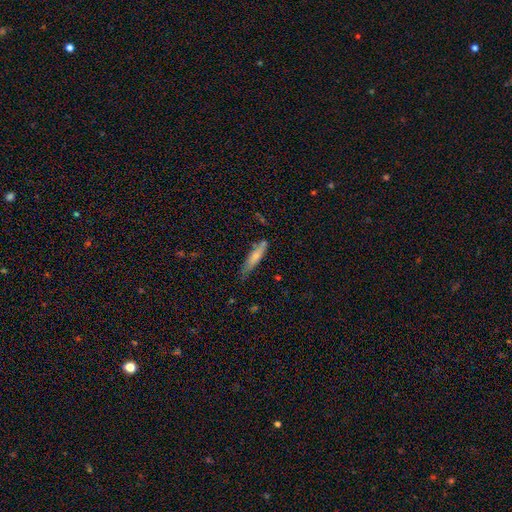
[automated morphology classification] The model was most divided on "merging": none: 65%, minor disturbance: 23%, merger: 7%, major disturbance: 5%. More confident: how rounded — cigar-shaped (82%); smooth or featured — smooth (71%).